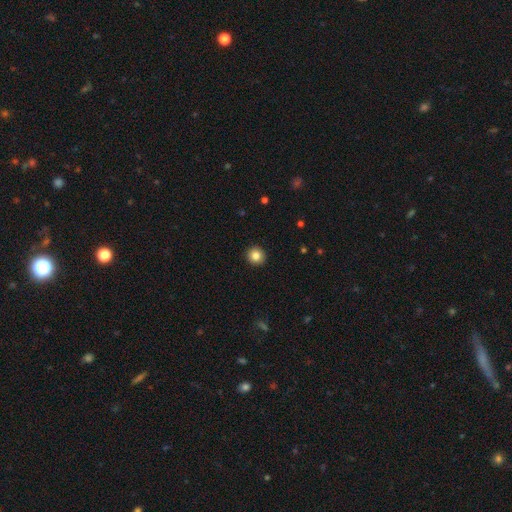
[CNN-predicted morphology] Smooth or featured? Predicted: smooth (p=0.84). How rounded? Predicted: round (p=0.92). Merging? Predicted: none (p=0.93).